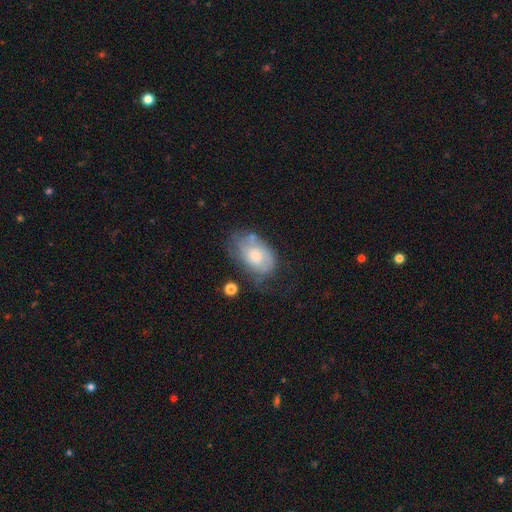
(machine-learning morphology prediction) Smooth or featured: smooth — 50% (featured or disk — 43%)
Merging: none — 42% (minor disturbance — 31%)